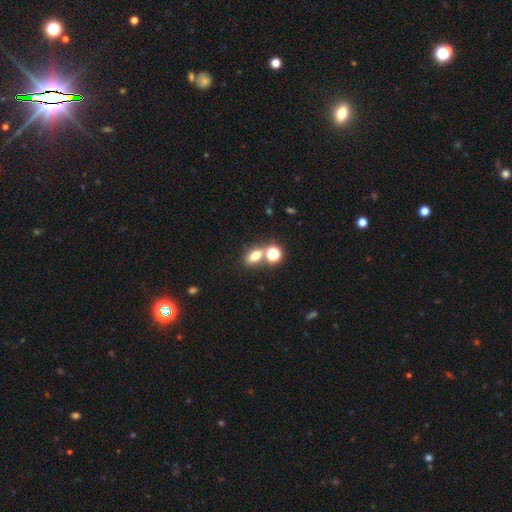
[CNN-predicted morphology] This appears to be a smooth galaxy with no disk features (71%) that is in between round and cigar-shaped (69%). Merging: none (57%).